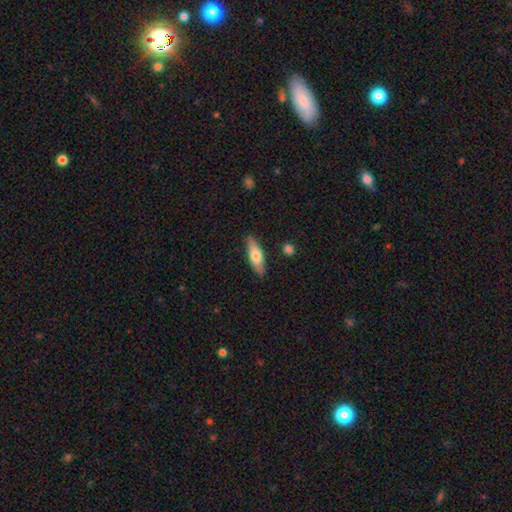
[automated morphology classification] A smooth galaxy with no disk features (60%) that is cigar-shaped (50%). Merging: none (86%).